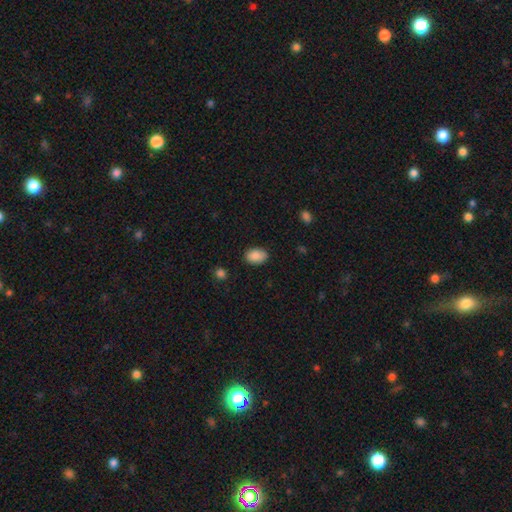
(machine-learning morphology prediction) smooth_or_featured: smooth (p=0.90) [alt: star or artifact p=0.07]
how_rounded: in between (p=0.87) [alt: round p=0.12]
merging: none (p=0.85) [alt: minor disturbance p=0.11]